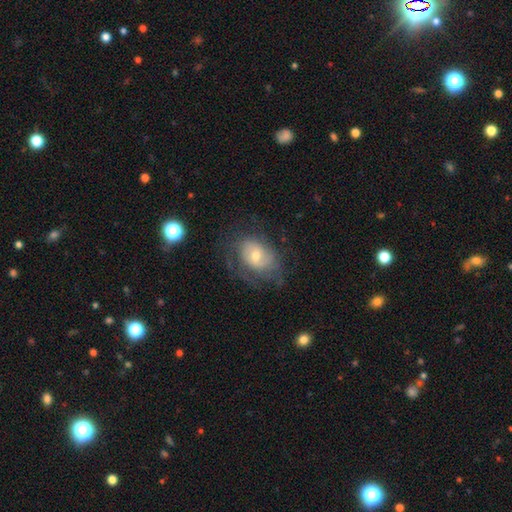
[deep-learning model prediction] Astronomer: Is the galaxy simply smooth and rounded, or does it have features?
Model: featured or disk — 55% (runner-up: smooth, 36%).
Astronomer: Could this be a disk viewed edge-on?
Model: no — 96%.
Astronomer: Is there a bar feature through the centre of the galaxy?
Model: no — 64%.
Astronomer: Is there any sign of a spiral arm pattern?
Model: yes — 71%.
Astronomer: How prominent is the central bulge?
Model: moderate — 55% (runner-up: small, 38%).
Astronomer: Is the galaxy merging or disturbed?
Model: none — 55%.